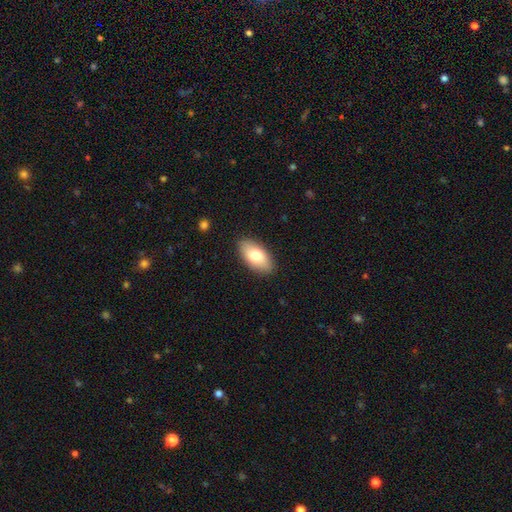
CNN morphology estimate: This is likely a smooth galaxy (76%). How rounded: clearly in between (93%). Merging: clearly none (88%).